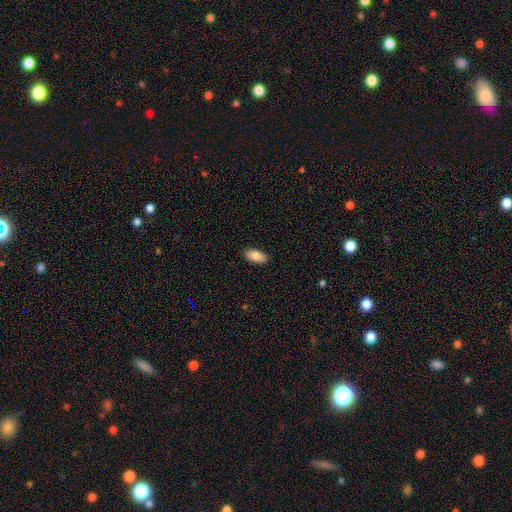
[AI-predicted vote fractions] Smooth or featured? smooth (86%)
How rounded? in between (91%)
Merging? none (89%)